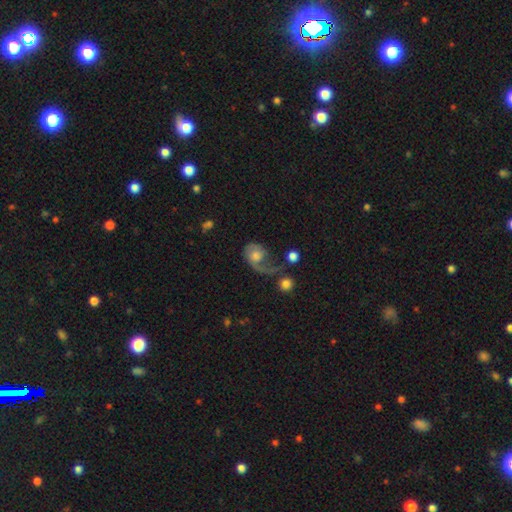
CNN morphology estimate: The model was most divided on "spiral winding": loose: 51%, medium: 33%, tight: 16%. Remaining: edge-on disk — no (97%); spiral arms — yes (85%); bar — no (75%); spiral arm count — 1 (69%); smooth or featured — featured or disk (61%); bulge size — moderate (52%); merging — major disturbance (46%).